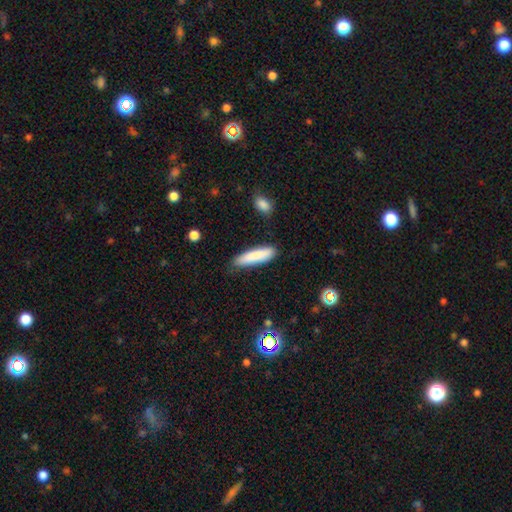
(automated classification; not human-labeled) Morphology: type=smooth (84%); roundness=cigar-shaped (76%); merging=none (82%).